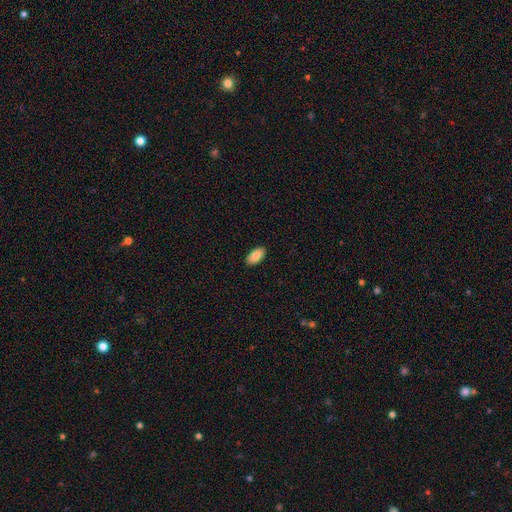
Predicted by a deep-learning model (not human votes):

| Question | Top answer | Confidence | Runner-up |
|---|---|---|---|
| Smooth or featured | smooth | 88% | star or artifact (7%) |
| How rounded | in between | 95% | cigar-shaped (3%) |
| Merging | none | 90% | minor disturbance (7%) |